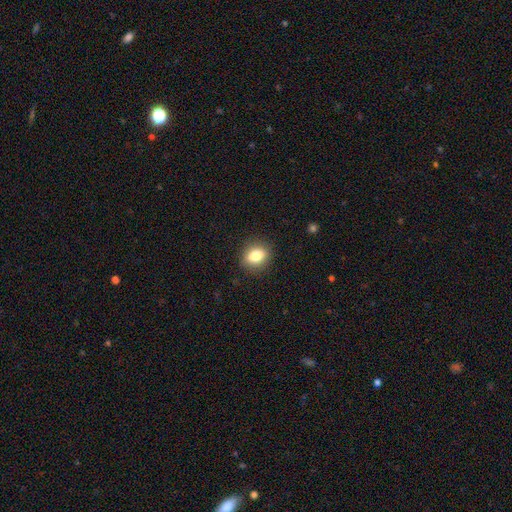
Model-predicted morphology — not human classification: Smooth or featured?
  - smooth: 83% *
  - star or artifact: 9%
  - featured or disk: 8%
How rounded?
  - in between: 52% *
  - round: 47%
  - cigar-shaped: 2%
Merging?
  - none: 88% *
  - minor disturbance: 9%
  - major disturbance: 3%
  - merger: 1%